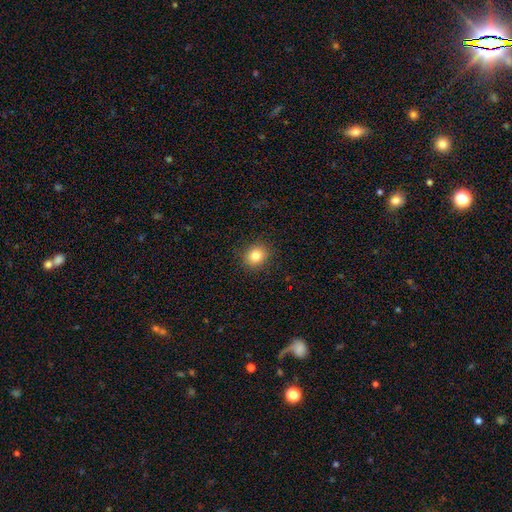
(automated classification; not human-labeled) The model was most divided on "how rounded": round: 73%, in between: 27%, cigar-shaped: 1%. More confident: merging — none (89%); smooth or featured — smooth (82%).